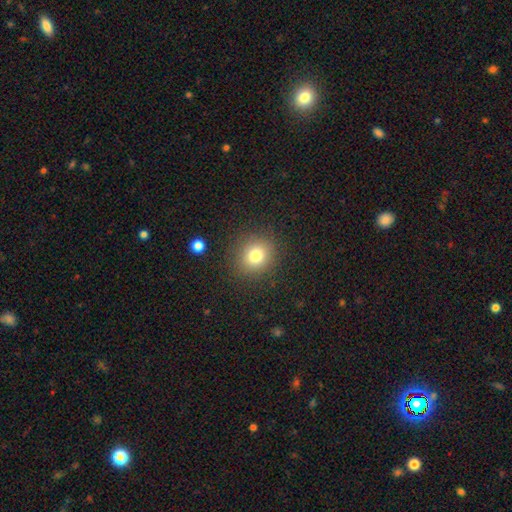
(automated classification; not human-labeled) A smooth galaxy with no disk features (70%) that is round (92%). Merging: none (92%).